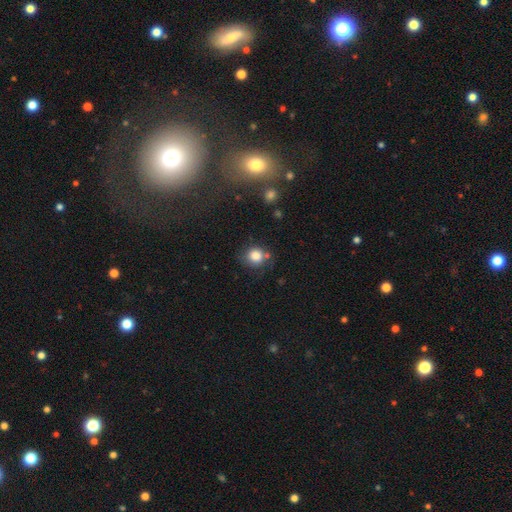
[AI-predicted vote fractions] A smooth galaxy with no disk features (83%) that is round (87%).

Vote fractions:
- Smooth or featured? smooth: 83% / star or artifact: 11% / featured or disk: 7%
- How rounded? round: 87% / in between: 12% / cigar-shaped: 1%
- Merging? none: 69% / minor disturbance: 17% / merger: 9% / major disturbance: 5%